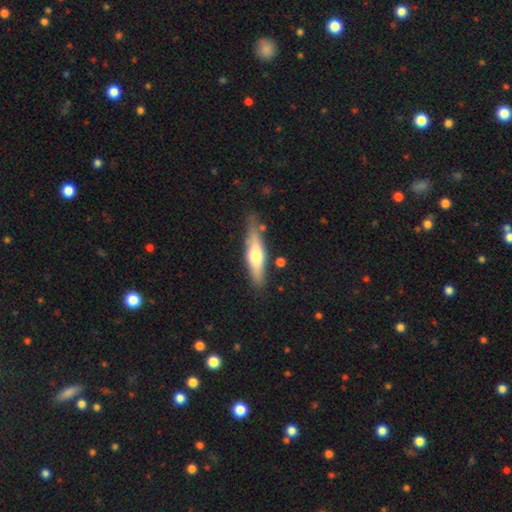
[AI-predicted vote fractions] A smooth galaxy with no disk features (50%). Merging: none (75%).